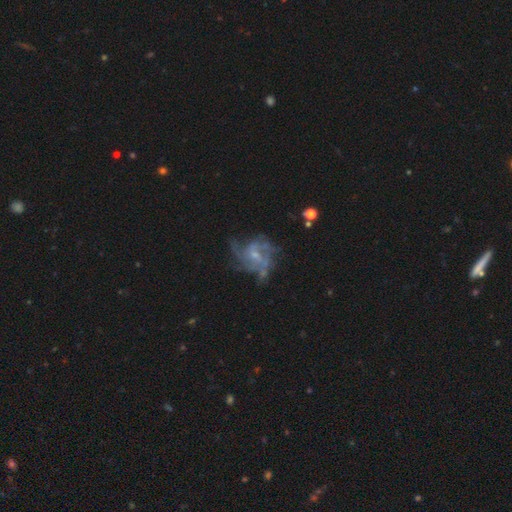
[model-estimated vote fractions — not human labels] A featured or disk galaxy (82%) with no bar (59%), 4 (26%) medium (47%) spiral arms (90%) and a small central bulge (67%). Merging: none (55%).